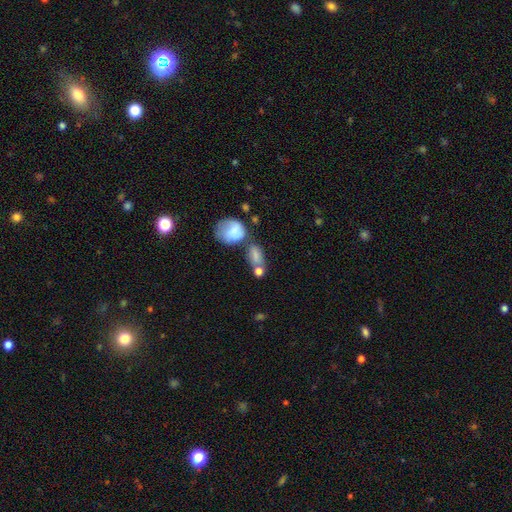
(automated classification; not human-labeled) Smooth or featured? smooth (73%)
How rounded? in between (80%)
Merging? merger (40%)